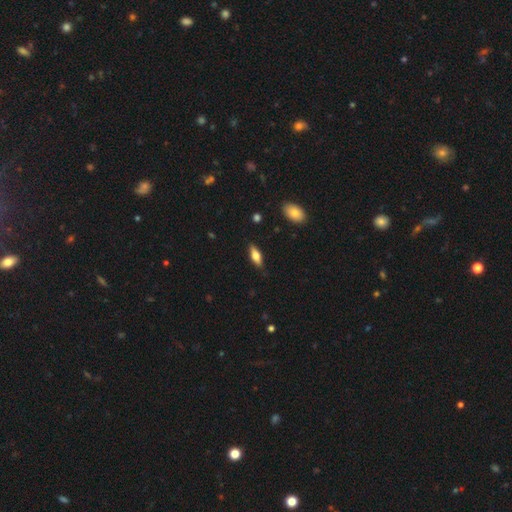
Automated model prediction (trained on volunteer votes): Smooth or featured? Predicted: smooth (p=0.64). How rounded? Predicted: in between (p=0.68). Merging? Predicted: none (p=0.84).